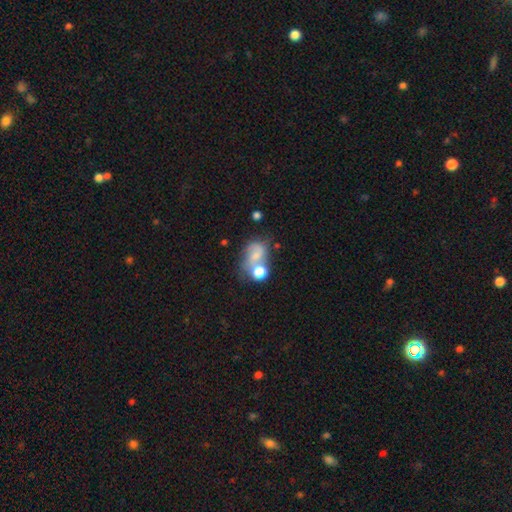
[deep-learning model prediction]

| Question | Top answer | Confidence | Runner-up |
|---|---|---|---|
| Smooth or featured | smooth | 50% | featured or disk (36%) |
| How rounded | in between | 61% | round (37%) |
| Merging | merger | 39% | none (27%) |